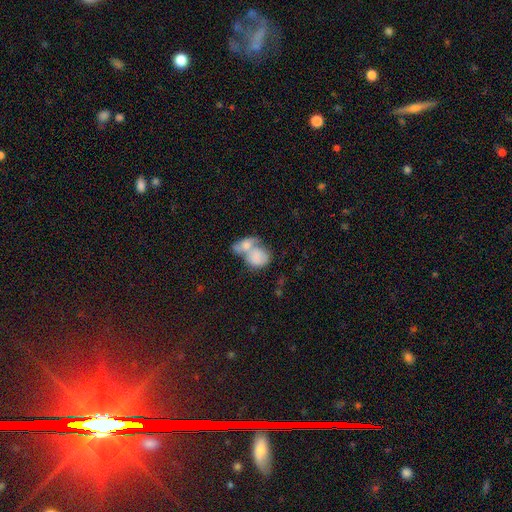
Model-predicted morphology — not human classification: Smooth or featured? smooth (73%)
How rounded? in between (64%)
Merging? merger (73%)